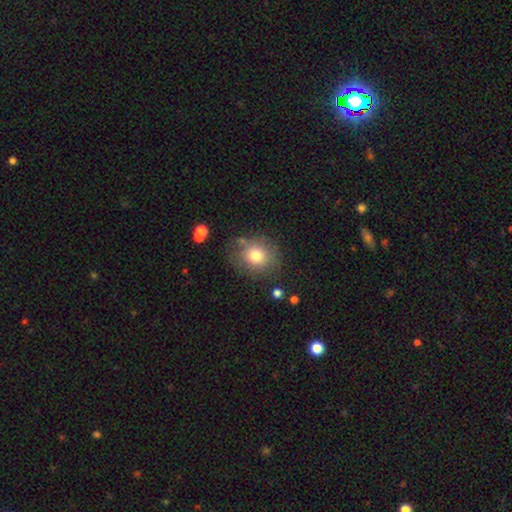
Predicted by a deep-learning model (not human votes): The model was most divided on "how rounded": round: 79%, in between: 20%, cigar-shaped: 1%. More confident: smooth or featured — smooth (77%); merging — none (74%).